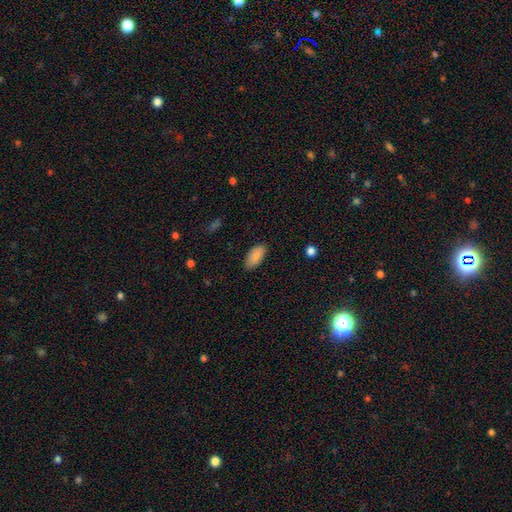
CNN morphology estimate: Q: Smooth or featured?
A: smooth (89%); runner-up: star or artifact (7%)
Q: How rounded?
A: in between (91%); runner-up: cigar-shaped (7%)
Q: Merging?
A: none (84%); runner-up: minor disturbance (12%)